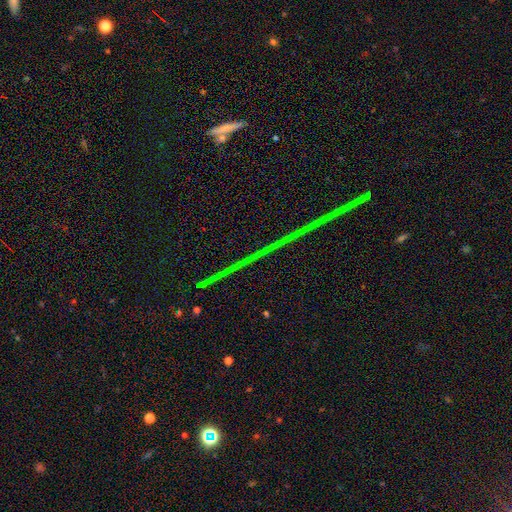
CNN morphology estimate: Overall: star or artifact (80%).